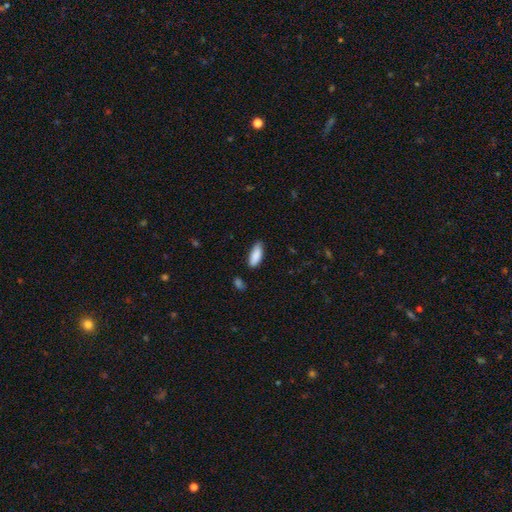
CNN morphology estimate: This is clearly a smooth galaxy (88%). How rounded: likely in between (77%). Merging: likely none (76%).